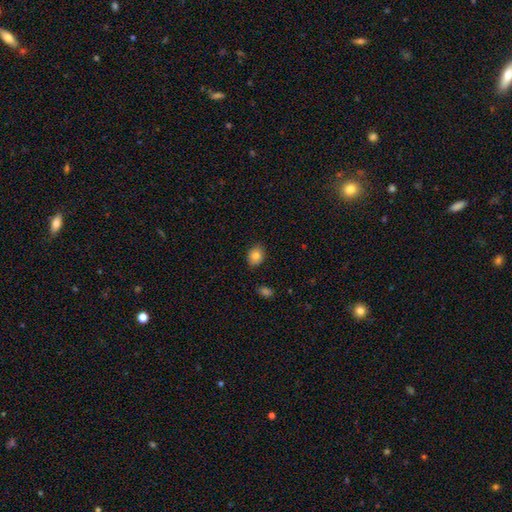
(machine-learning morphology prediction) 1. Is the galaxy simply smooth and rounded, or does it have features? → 81% smooth, 10% featured or disk, 9% star or artifact.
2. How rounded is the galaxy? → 51% round, 48% in between, 1% cigar-shaped.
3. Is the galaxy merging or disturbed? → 87% none, 10% minor disturbance, 2% major disturbance, 1% merger.